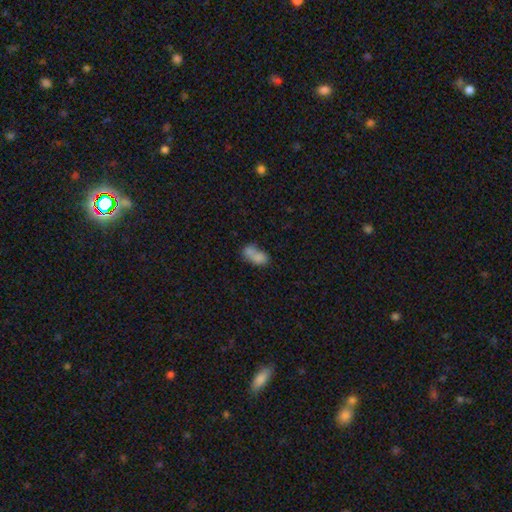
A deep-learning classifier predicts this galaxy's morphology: Smooth or featured? smooth (75%)
How rounded? in between (86%)
Merging? merger (45%)